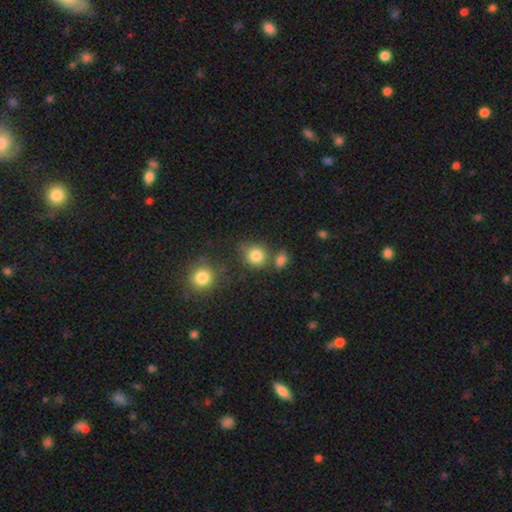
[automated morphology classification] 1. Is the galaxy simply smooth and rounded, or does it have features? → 83% smooth, 11% star or artifact, 6% featured or disk.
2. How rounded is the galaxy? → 82% round, 17% in between, 1% cigar-shaped.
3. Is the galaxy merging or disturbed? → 65% none, 16% merger, 14% minor disturbance, 5% major disturbance.